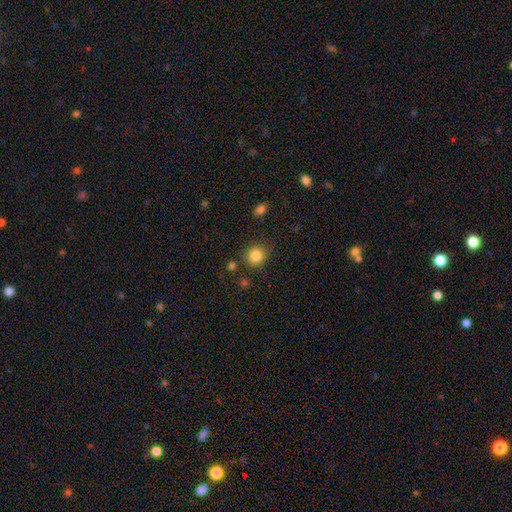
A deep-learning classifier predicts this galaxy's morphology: This appears to be a smooth galaxy with no disk features (85%) that is round (89%). Merging: none (83%).